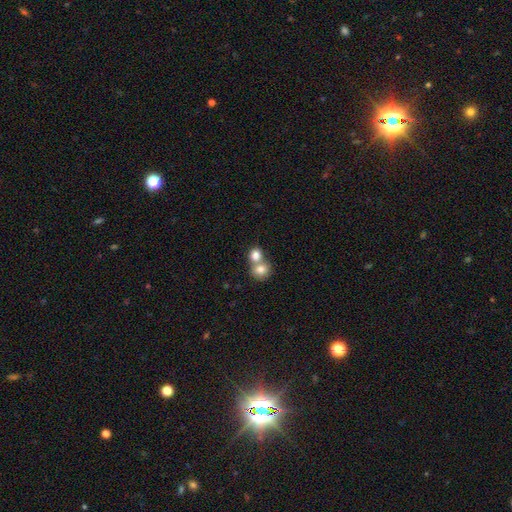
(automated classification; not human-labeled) Smooth or featured: smooth — 80% (featured or disk — 11%)
How rounded: round — 74% (in between — 25%)
Merging: merger — 60% (none — 32%)